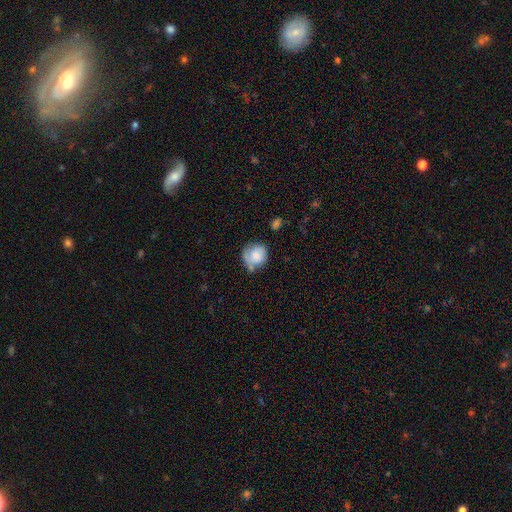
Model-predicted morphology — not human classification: Smooth or featured? smooth (68%)
How rounded? round (82%)
Merging? none (52%)